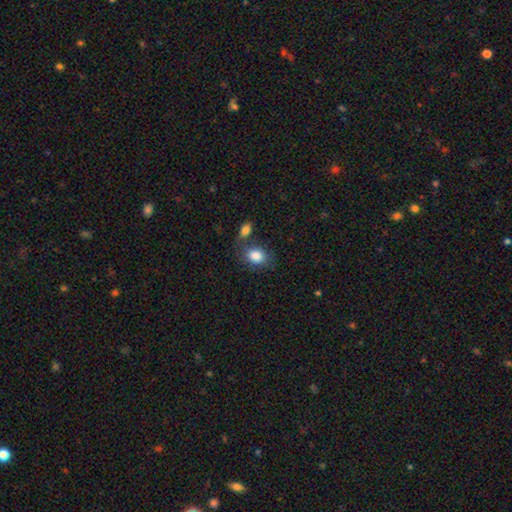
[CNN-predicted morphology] The model was most divided on "how rounded": in between: 62%, round: 37%, cigar-shaped: 1%. More confident: smooth or featured — smooth (85%); merging — none (61%).